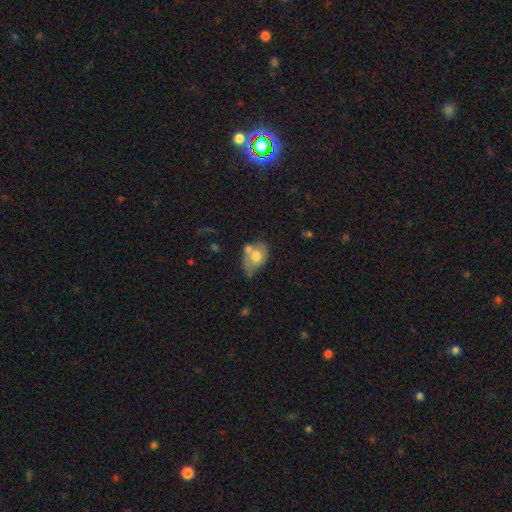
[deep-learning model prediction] smooth_or_featured: smooth (p=0.60) [alt: featured or disk p=0.32]
how_rounded: in between (p=0.74) [alt: round p=0.25]
merging: merger (p=0.31) [alt: none p=0.29]